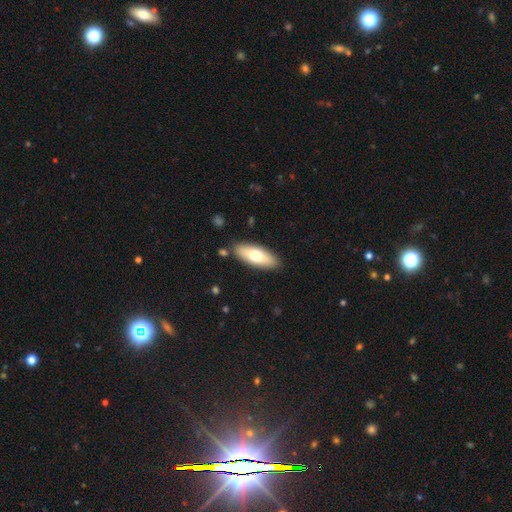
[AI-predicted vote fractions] Smooth or featured? smooth (67%)
How rounded? in between (74%)
Merging? none (87%)